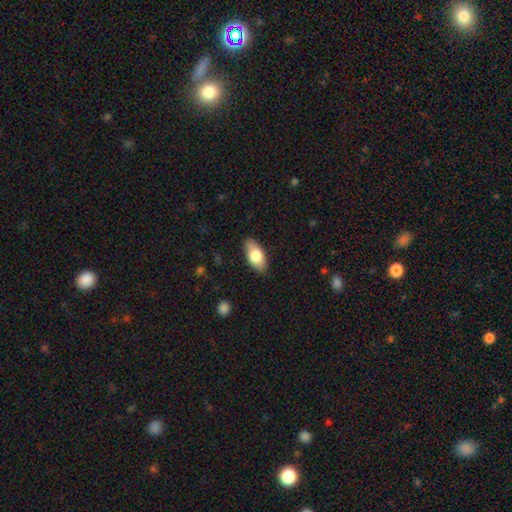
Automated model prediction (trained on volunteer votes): Q: Smooth or featured?
A: smooth (77%); runner-up: featured or disk (17%)
Q: How rounded?
A: in between (90%); runner-up: cigar-shaped (7%)
Q: Merging?
A: none (85%); runner-up: minor disturbance (11%)